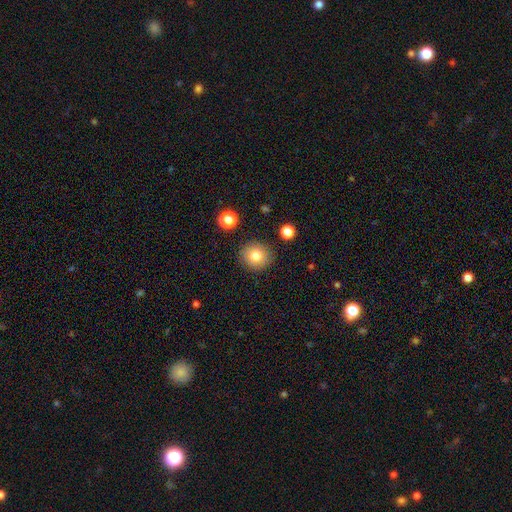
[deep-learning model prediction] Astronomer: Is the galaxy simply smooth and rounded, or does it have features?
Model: smooth — 80%.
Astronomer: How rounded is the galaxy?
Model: round — 90%.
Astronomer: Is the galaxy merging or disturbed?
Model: none — 89%.